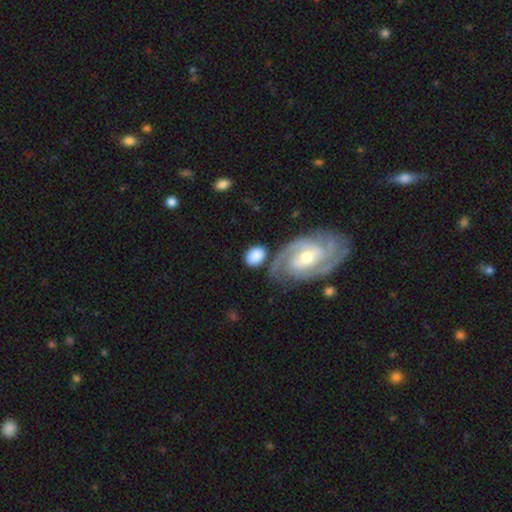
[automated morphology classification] smooth_or_featured: smooth (p=0.71) [alt: featured or disk p=0.22]
how_rounded: in between (p=0.65) [alt: round p=0.34]
merging: none (p=0.56) [alt: minor disturbance p=0.19]